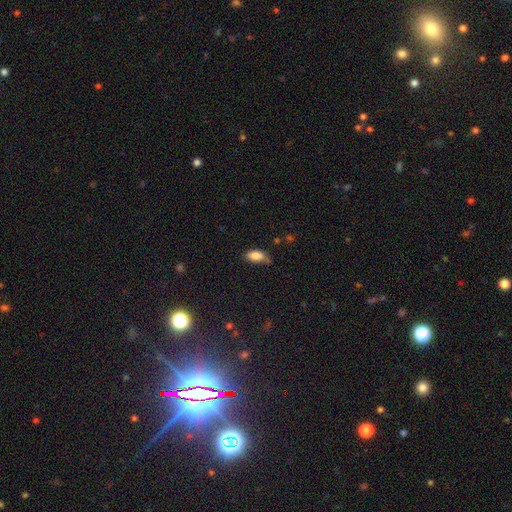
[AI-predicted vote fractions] The model was most divided on "merging": none: 59%, minor disturbance: 29%, major disturbance: 7%, merger: 5%. More confident: how rounded — in between (89%); smooth or featured — smooth (85%).